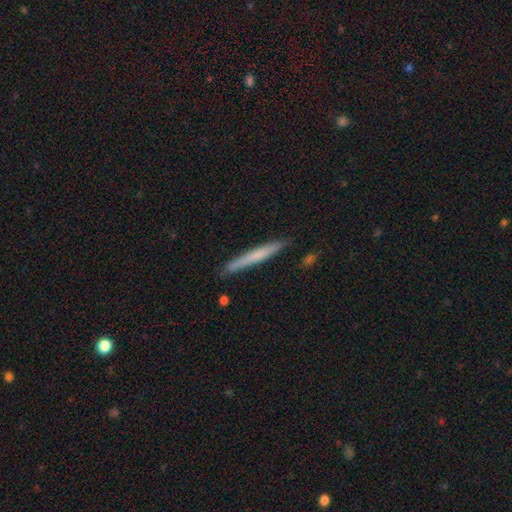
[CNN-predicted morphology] This is likely a smooth galaxy (62%). How rounded: clearly cigar-shaped (97%). Merging: clearly none (87%).